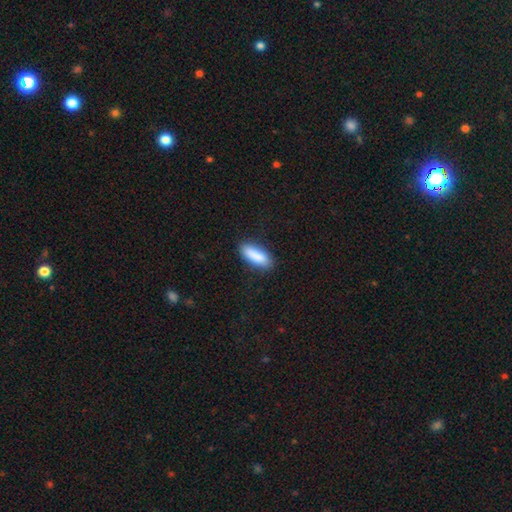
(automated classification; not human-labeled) smooth_or_featured: smooth (p=0.88) [alt: star or artifact p=0.06]
how_rounded: in between (p=0.68) [alt: cigar-shaped p=0.30]
merging: none (p=0.83) [alt: minor disturbance p=0.13]